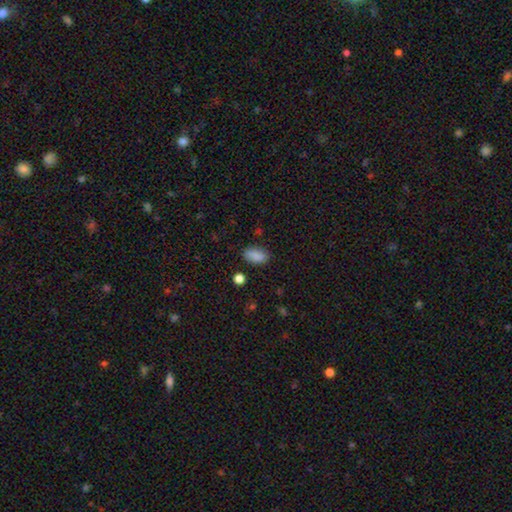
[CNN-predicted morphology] A smooth galaxy with no disk features (88%) that is in between round and cigar-shaped (91%). Merging: none (82%).